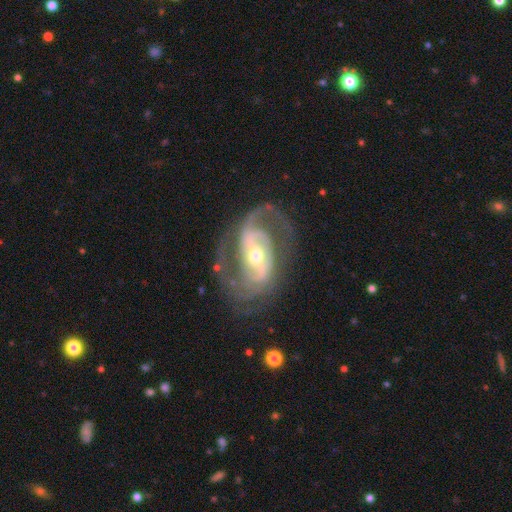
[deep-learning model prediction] Smooth or featured? featured or disk (90%)
Edge-on disk? no (96%)
Bar? weak (38%)
Spiral arms? yes (96%)
Spiral winding? medium (49%)
Spiral arm count? 2 (72%)
Bulge size? moderate (58%)
Merging? none (69%)